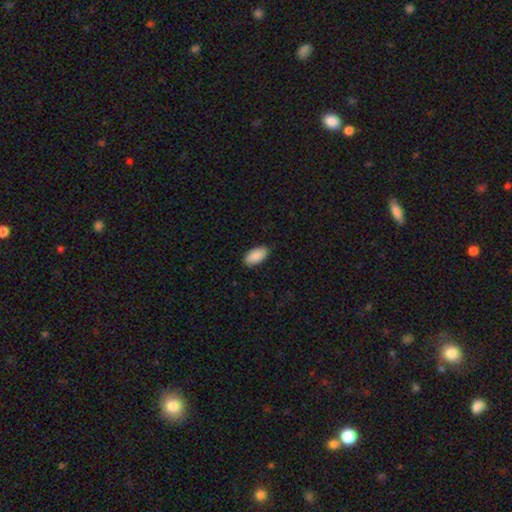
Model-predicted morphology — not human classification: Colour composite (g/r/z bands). It shows a smooth galaxy with no disk features (90%) that is in between round and cigar-shaped (95%). Merging: none (86%).